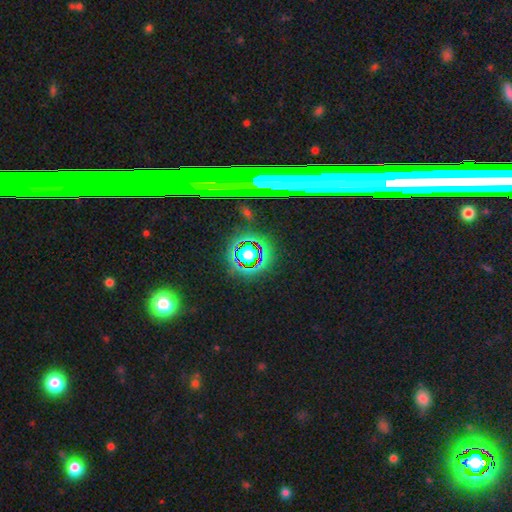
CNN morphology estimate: Q: Smooth or featured?
A: star or artifact (60%); runner-up: featured or disk (22%)